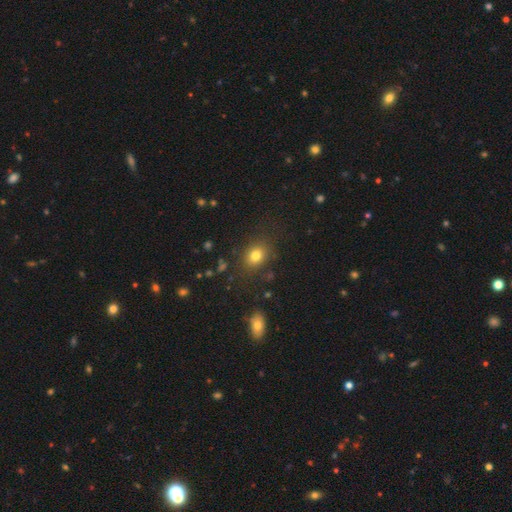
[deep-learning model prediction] Smooth or featured?
  - smooth: 79% *
  - star or artifact: 13%
  - featured or disk: 8%
How rounded?
  - round: 54% *
  - in between: 45%
  - cigar-shaped: 1%
Merging?
  - none: 82% *
  - minor disturbance: 11%
  - major disturbance: 4%
  - merger: 3%